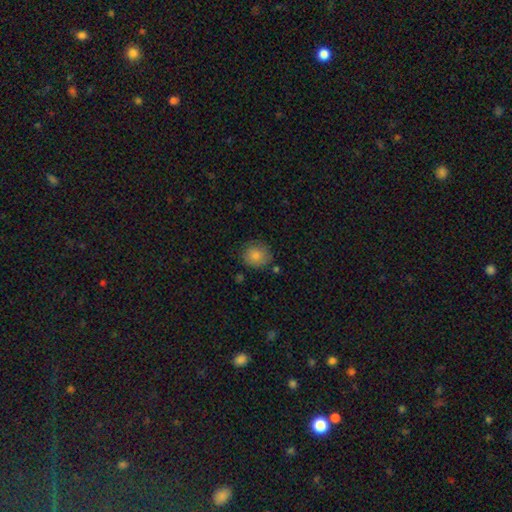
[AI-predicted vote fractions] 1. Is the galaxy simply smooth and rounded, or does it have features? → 83% smooth, 9% featured or disk, 8% star or artifact.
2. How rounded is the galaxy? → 83% round, 16% in between, 1% cigar-shaped.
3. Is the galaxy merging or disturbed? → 75% none, 17% minor disturbance, 4% major disturbance, 3% merger.